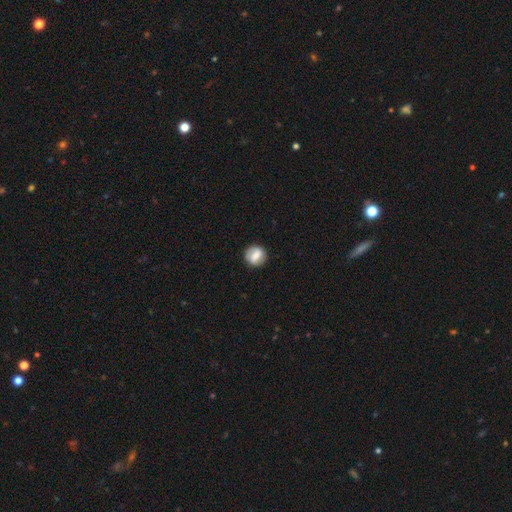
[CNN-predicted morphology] Smooth or featured? smooth (60%)
How rounded? round (86%)
Merging? none (88%)